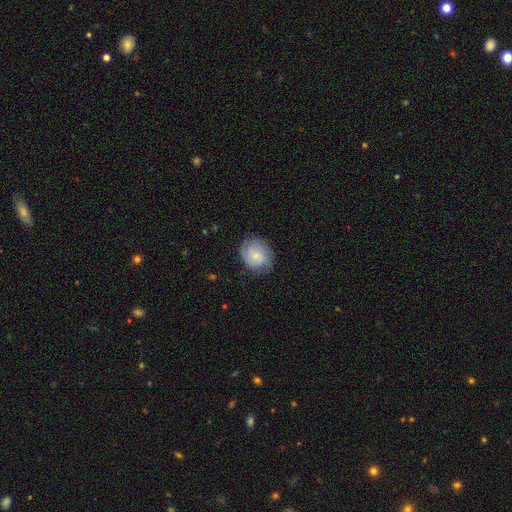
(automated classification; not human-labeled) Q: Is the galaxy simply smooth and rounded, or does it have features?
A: smooth — 66%.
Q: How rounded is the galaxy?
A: round — 67%.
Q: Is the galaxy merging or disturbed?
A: none — 73%.